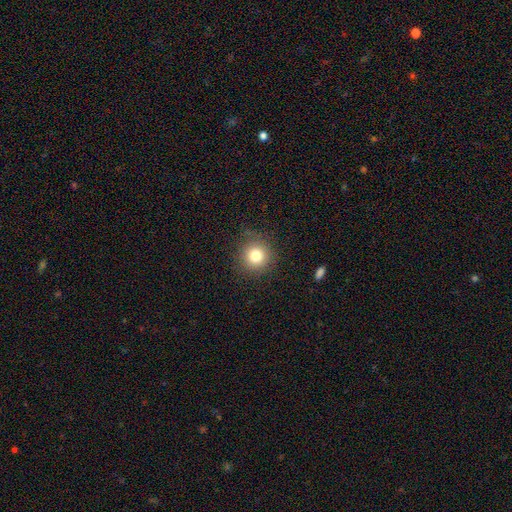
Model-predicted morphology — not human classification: type=smooth (80%); roundness=round (93%); merging=none (86%).